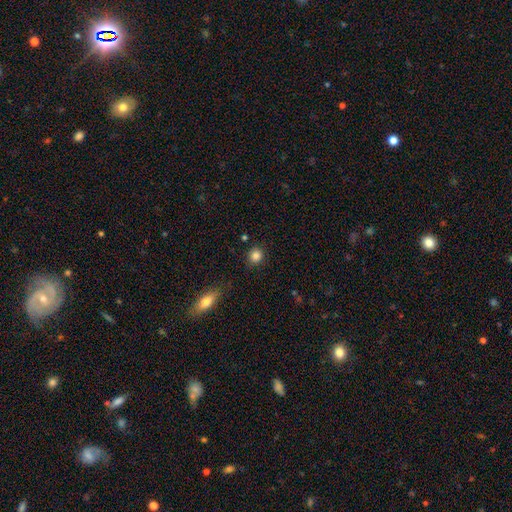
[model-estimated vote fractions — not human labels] A smooth galaxy with no disk features (84%) that is round (85%).

Vote fractions:
- Smooth or featured? smooth: 84% / star or artifact: 10% / featured or disk: 5%
- How rounded? round: 85% / in between: 14% / cigar-shaped: 1%
- Merging? none: 87% / minor disturbance: 9% / major disturbance: 2% / merger: 2%